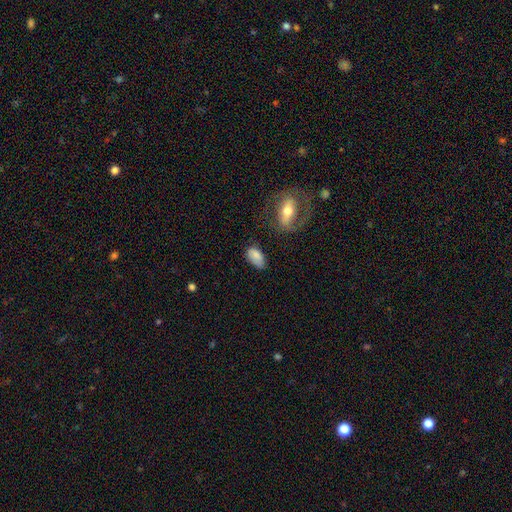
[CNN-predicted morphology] Smooth or featured? Predicted: smooth (p=0.77). How rounded? Predicted: in between (p=0.93). Merging? Predicted: none (p=0.63).